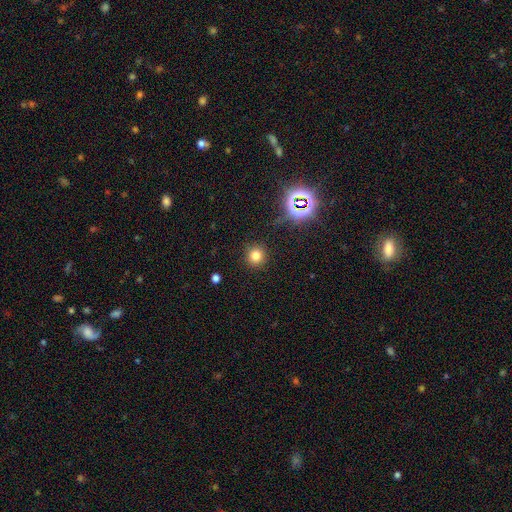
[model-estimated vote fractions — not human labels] The model was most divided on "smooth or featured": smooth: 75%, star or artifact: 18%, featured or disk: 6%. More confident: how rounded — round (92%); merging — none (90%).